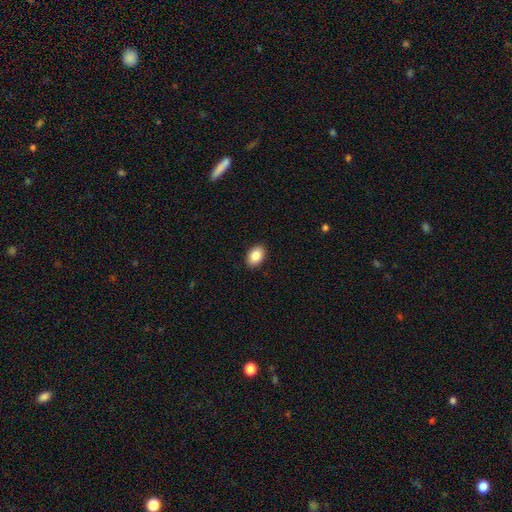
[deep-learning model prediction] A smooth galaxy with no disk features (87%) that is in between round and cigar-shaped (85%).

Vote fractions:
- Smooth or featured? smooth: 87% / star or artifact: 8% / featured or disk: 6%
- How rounded? in between: 85% / round: 14% / cigar-shaped: 1%
- Merging? none: 90% / minor disturbance: 7% / major disturbance: 2% / merger: 1%